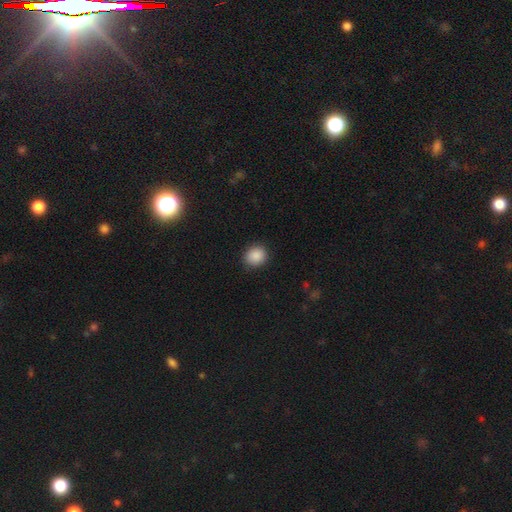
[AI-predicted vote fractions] Smooth or featured: smooth — 89% (star or artifact — 8%)
How rounded: round — 76% (in between — 23%)
Merging: none — 89% (minor disturbance — 8%)